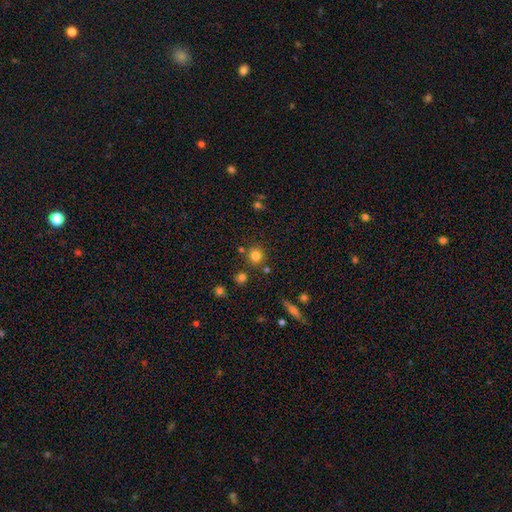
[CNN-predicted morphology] A smooth galaxy with no disk features (79%) that is round (92%). Merging: none (81%).